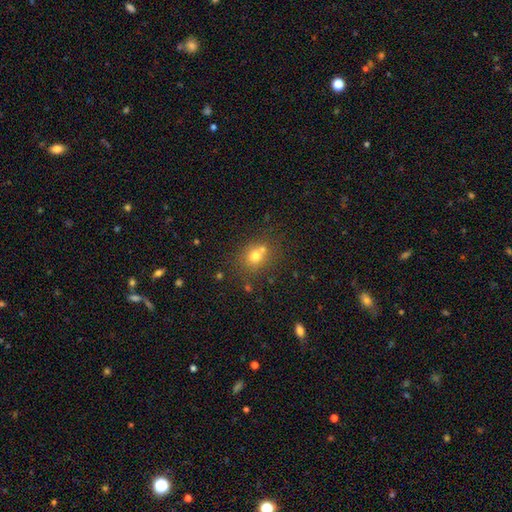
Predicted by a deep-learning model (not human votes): Smooth or featured? Predicted: smooth (p=0.70). How rounded? Predicted: round (p=0.76). Merging? Predicted: none (p=0.56).